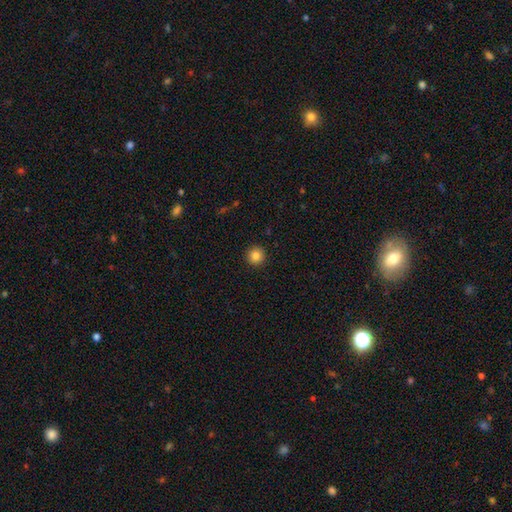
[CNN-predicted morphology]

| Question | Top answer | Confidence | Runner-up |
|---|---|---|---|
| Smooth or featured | smooth | 84% | star or artifact (10%) |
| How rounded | round | 95% | in between (4%) |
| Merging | none | 93% | minor disturbance (5%) |